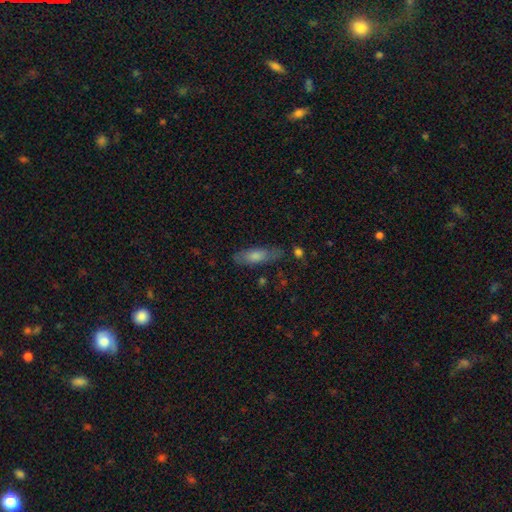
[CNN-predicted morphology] A smooth galaxy with no disk features (61%) that is cigar-shaped (55%). Merging: none (74%).